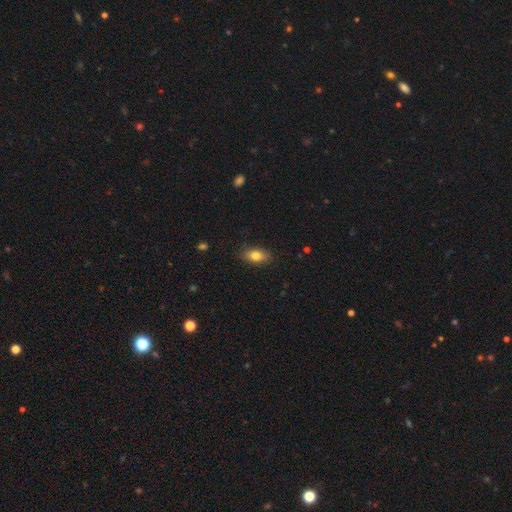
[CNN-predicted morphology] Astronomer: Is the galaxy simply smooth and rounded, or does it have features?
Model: smooth — 79%.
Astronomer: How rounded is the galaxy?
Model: in between — 86%.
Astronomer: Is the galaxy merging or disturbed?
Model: none — 85%.